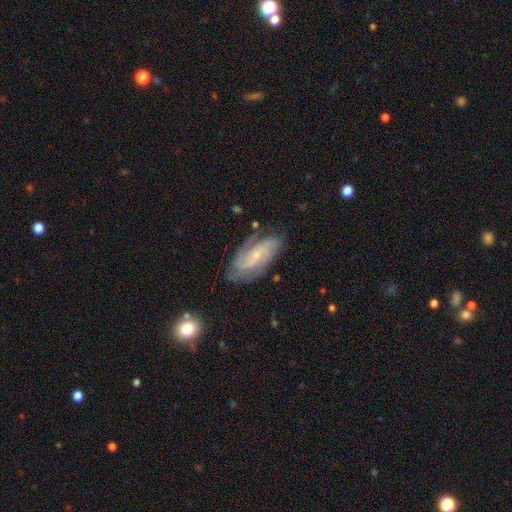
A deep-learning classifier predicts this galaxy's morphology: Smooth or featured? featured or disk (82%)
Edge-on disk? no (94%)
Bar? no (56%)
Spiral arms? yes (95%)
Spiral winding? tight (43%)
Spiral arm count? 2 (41%)
Bulge size? small (77%)
Merging? none (73%)